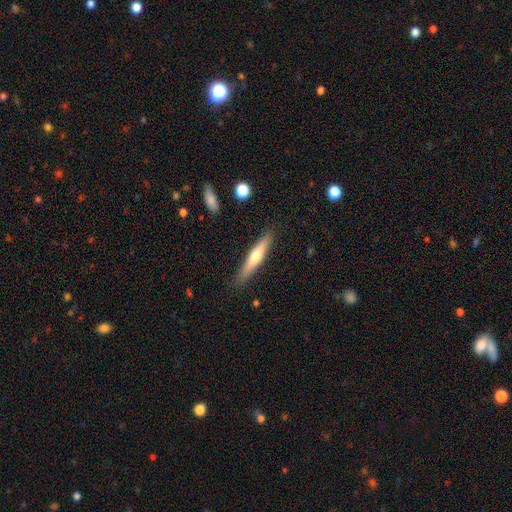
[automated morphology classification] Smooth or featured? smooth (47%, tied with featured or disk)
Merging? none (87%)